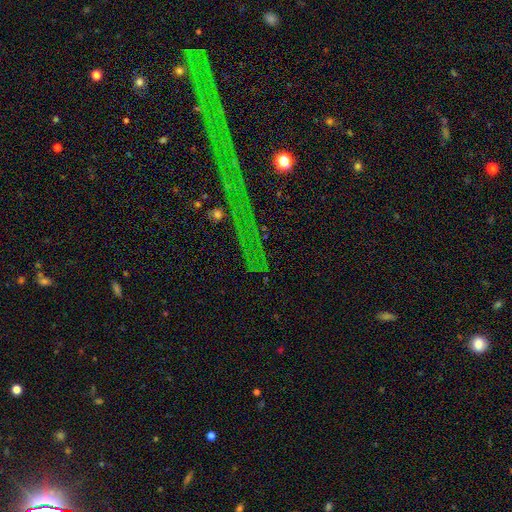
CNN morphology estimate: Smooth or featured? Predicted: star or artifact (p=0.79).